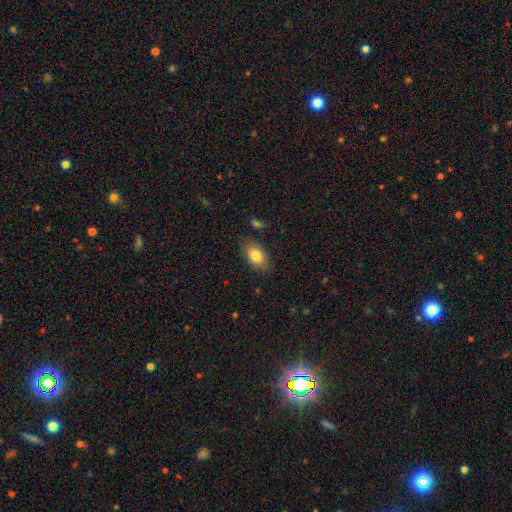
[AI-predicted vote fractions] Morphology: type=smooth (82%); roundness=in between (89%); merging=none (82%).